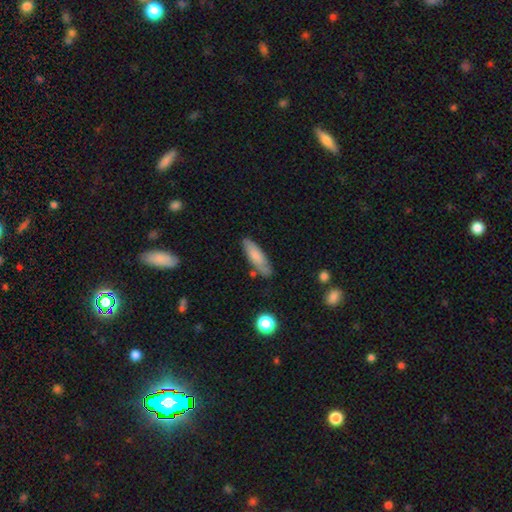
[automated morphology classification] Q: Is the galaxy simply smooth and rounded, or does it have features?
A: smooth — 76%.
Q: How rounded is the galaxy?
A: cigar-shaped — 55%.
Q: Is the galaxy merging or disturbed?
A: none — 76%.